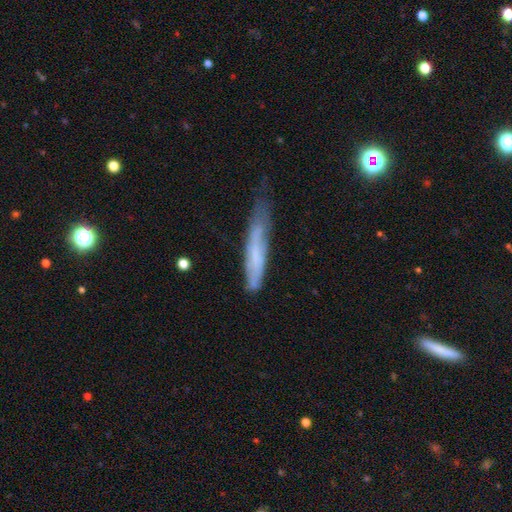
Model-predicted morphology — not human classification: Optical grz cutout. It shows a smooth galaxy with no disk features (51%) that is cigar-shaped (89%). Merging: none (46%).